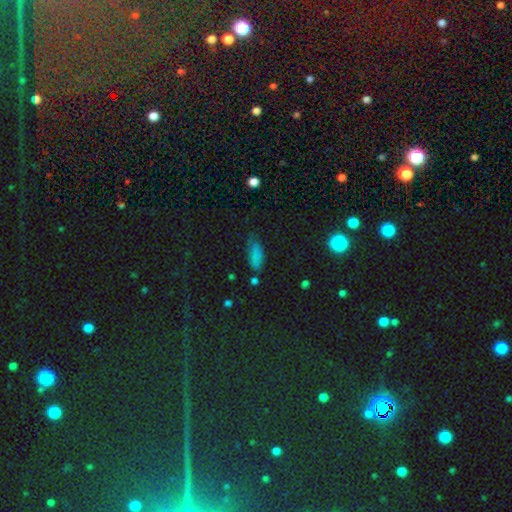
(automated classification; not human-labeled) A smooth galaxy with no disk features (75%) that is in between round and cigar-shaped (74%).

Vote fractions:
- Smooth or featured? smooth: 75% / star or artifact: 17% / featured or disk: 8%
- How rounded? in between: 74% / cigar-shaped: 23% / round: 4%
- Merging? none: 61% / minor disturbance: 26% / major disturbance: 8% / merger: 4%